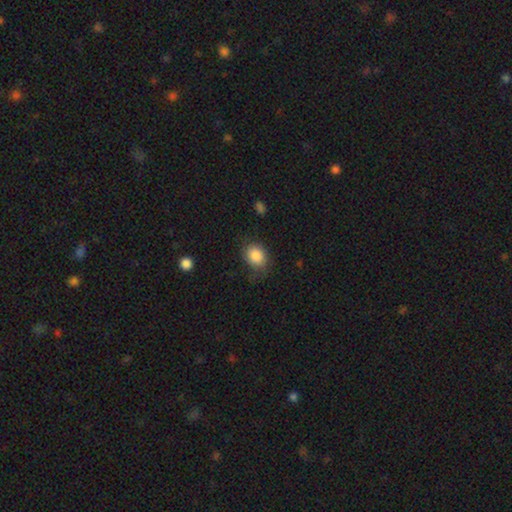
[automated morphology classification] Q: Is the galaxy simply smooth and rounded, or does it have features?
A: smooth — 87%.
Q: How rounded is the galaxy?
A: in between — 53%.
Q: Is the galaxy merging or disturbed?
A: none — 71%.